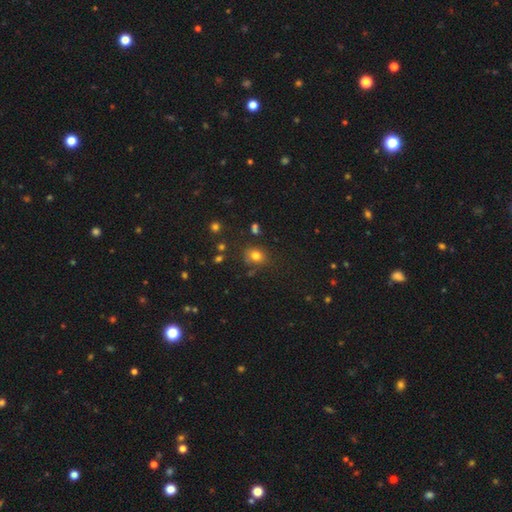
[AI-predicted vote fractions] A smooth galaxy with no disk features (77%) that is round (63%).

Vote fractions:
- Smooth or featured? smooth: 77% / star or artifact: 16% / featured or disk: 8%
- How rounded? round: 63% / in between: 36% / cigar-shaped: 1%
- Merging? none: 73% / minor disturbance: 16% / merger: 6% / major disturbance: 5%